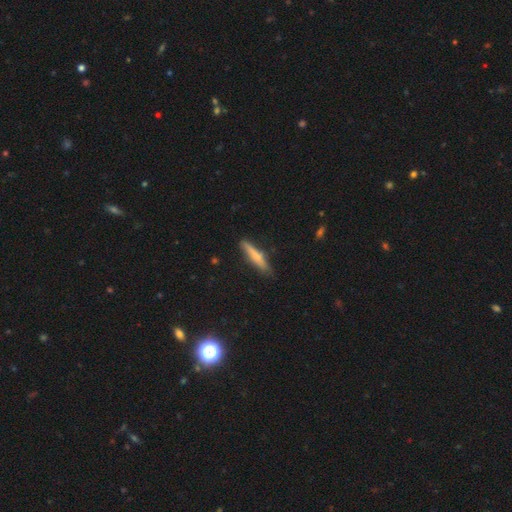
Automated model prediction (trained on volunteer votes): A smooth galaxy with no disk features (67%) that is cigar-shaped (89%).

Vote fractions:
- Smooth or featured? smooth: 67% / featured or disk: 27% / star or artifact: 6%
- How rounded? cigar-shaped: 89% / in between: 9% / round: 2%
- Merging? none: 78% / minor disturbance: 17% / major disturbance: 3% / merger: 2%